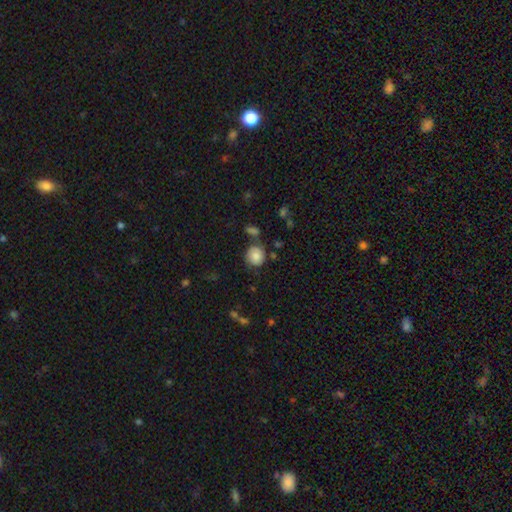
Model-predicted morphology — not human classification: Overall: smooth (83%). How rounded: round (85%). Merging: none (69%).